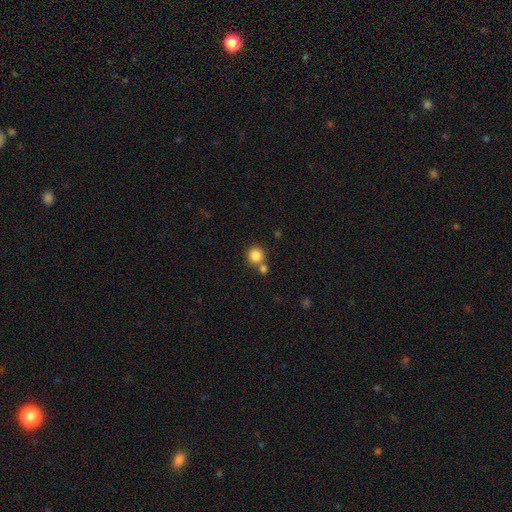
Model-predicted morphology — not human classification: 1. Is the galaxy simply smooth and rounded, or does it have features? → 84% smooth, 11% star or artifact, 5% featured or disk.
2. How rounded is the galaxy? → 93% round, 6% in between, 1% cigar-shaped.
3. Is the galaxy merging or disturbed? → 65% none, 26% merger, 7% minor disturbance, 3% major disturbance.